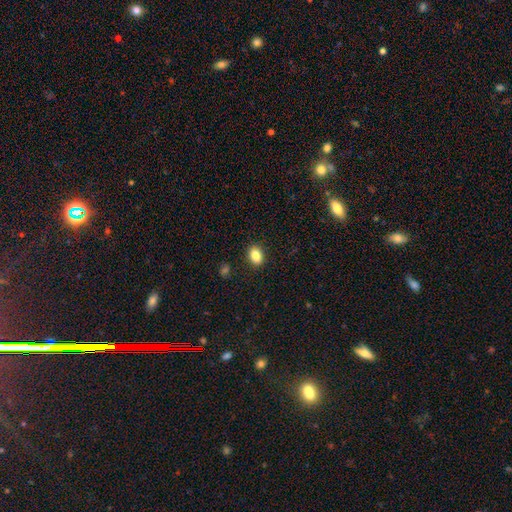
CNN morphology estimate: smooth_or_featured: smooth (p=0.86) [alt: star or artifact p=0.09]
how_rounded: in between (p=0.77) [alt: round p=0.22]
merging: none (p=0.89) [alt: minor disturbance p=0.08]